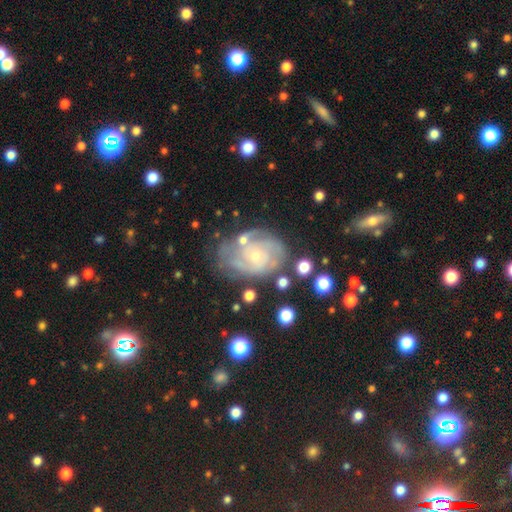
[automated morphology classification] Q: Smooth or featured?
A: featured or disk (81%); runner-up: smooth (12%)
Q: Edge-on disk?
A: no (97%); runner-up: yes (3%)
Q: Bar?
A: no (74%); runner-up: weak (22%)
Q: Spiral arms?
A: yes (92%); runner-up: no (8%)
Q: Spiral winding?
A: tight (64%); runner-up: medium (29%)
Q: Spiral arm count?
A: can't tell (35%); runner-up: 2 (24%)
Q: Bulge size?
A: small (73%); runner-up: moderate (22%)
Q: Merging?
A: none (65%); runner-up: minor disturbance (21%)